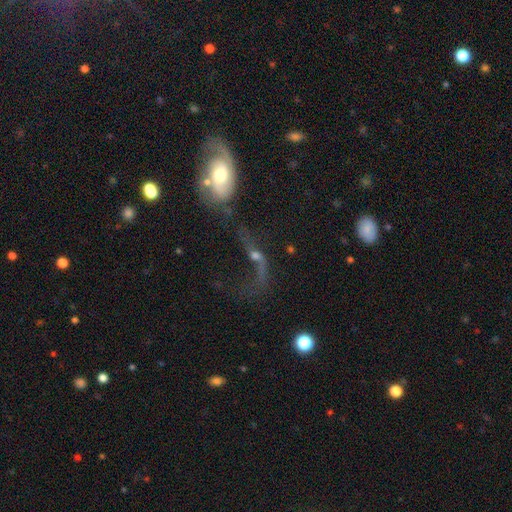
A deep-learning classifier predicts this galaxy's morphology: A featured or disk galaxy (49%). Merging: major disturbance (42%).